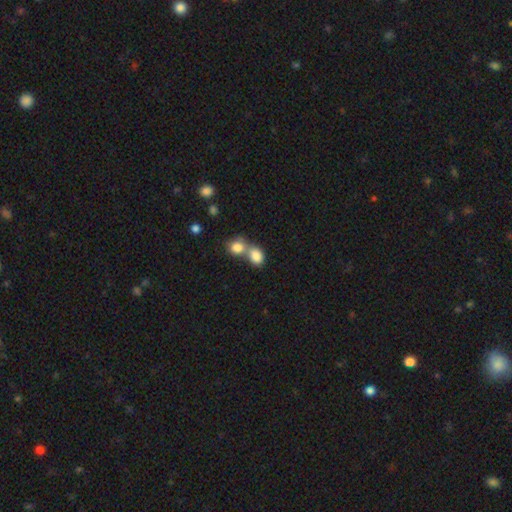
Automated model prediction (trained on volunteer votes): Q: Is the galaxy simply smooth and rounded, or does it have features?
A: smooth — 84%.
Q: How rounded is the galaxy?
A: in between — 55%.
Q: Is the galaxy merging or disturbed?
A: merger — 60%.